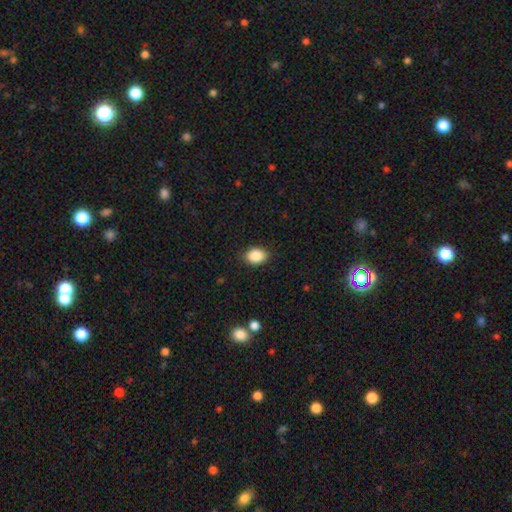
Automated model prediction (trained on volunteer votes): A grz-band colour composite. It shows a smooth galaxy with no disk features (88%) that is in between round and cigar-shaped (75%). Merging: none (86%).